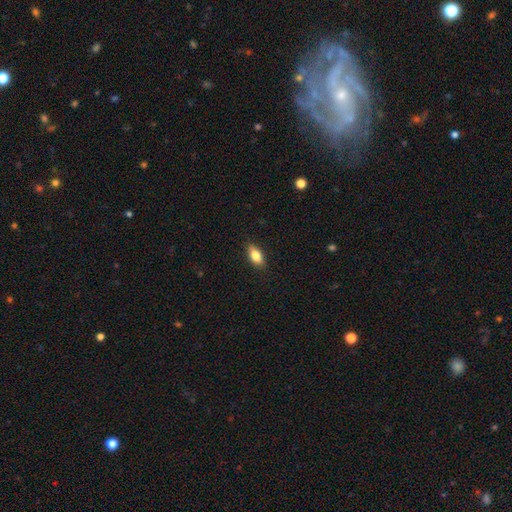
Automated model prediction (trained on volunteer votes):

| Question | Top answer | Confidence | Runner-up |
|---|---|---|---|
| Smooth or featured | smooth | 81% | featured or disk (12%) |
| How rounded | in between | 87% | cigar-shaped (8%) |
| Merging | none | 86% | minor disturbance (11%) |